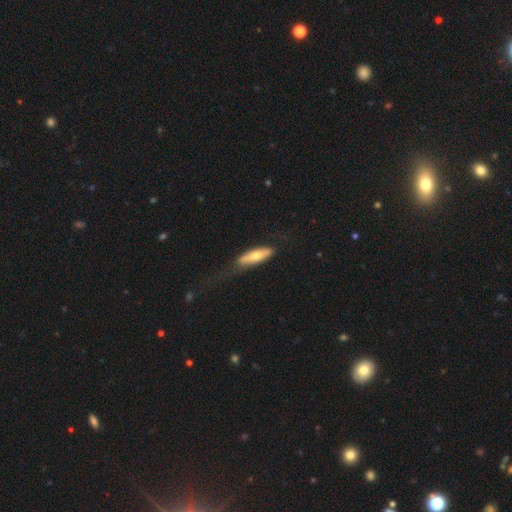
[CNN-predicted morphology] Smooth or featured: smooth — 57% (featured or disk — 38%)
How rounded: cigar-shaped — 64% (in between — 34%)
Merging: none — 57% (minor disturbance — 26%)